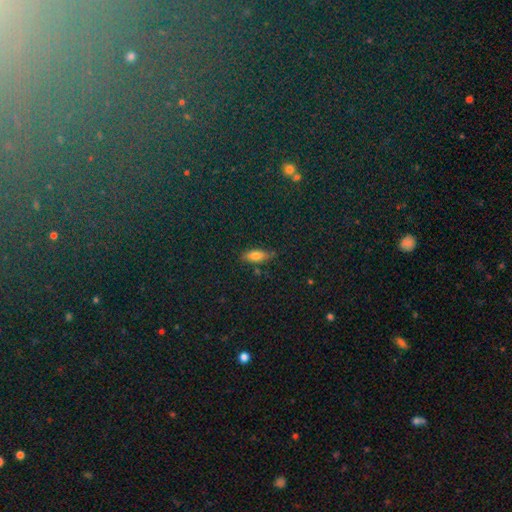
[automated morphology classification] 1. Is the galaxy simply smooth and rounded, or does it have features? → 73% smooth, 15% featured or disk, 12% star or artifact.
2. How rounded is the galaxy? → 75% in between, 22% cigar-shaped, 4% round.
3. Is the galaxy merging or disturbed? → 76% none, 17% minor disturbance, 4% major disturbance, 3% merger.